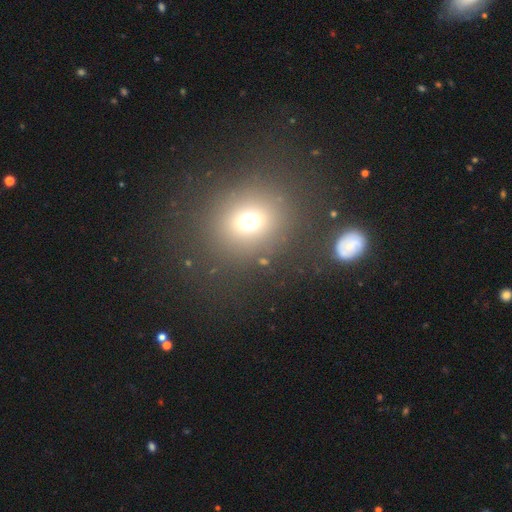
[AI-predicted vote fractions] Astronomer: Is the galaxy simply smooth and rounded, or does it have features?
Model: smooth — 63%.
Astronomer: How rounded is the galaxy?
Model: round — 73%.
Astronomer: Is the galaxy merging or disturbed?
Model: none — 78%.